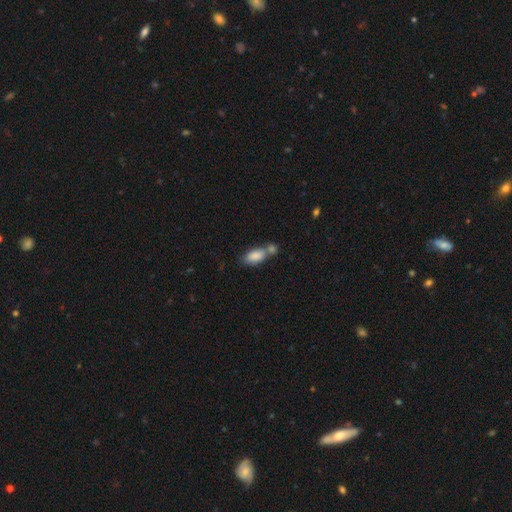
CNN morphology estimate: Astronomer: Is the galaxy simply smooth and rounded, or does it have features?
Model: smooth — 84%.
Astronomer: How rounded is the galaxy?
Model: in between — 88%.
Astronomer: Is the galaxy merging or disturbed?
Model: merger — 51% (runner-up: none, 33%).